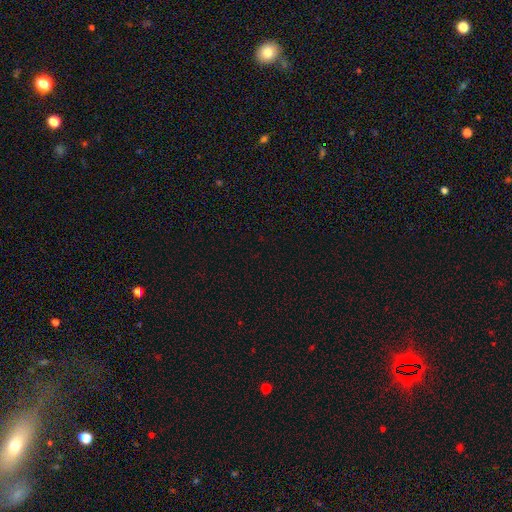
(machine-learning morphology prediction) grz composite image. It shows a star or artifact, not a galaxy (71%).